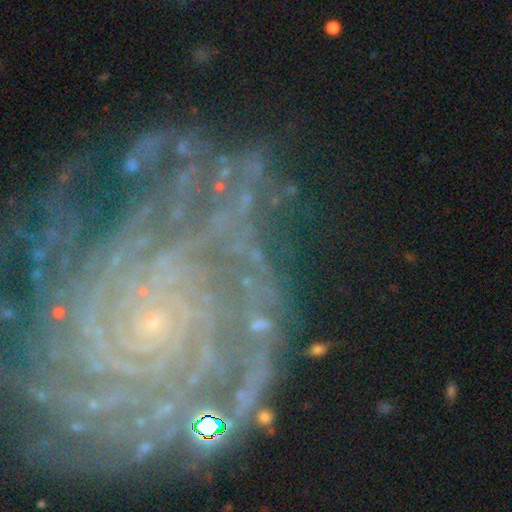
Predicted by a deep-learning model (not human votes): The model was most divided on "spiral arm count": more than 4: 23%, can't tell: 20%, 4: 17%, 3: 15%, 2: 15%, 1: 11%. More confident: spiral arms — yes (98%); edge-on disk — no (97%); smooth or featured — featured or disk (83%); spiral winding — tight (82%); bulge size — small (81%); bar — no (72%); merging — none (69%).